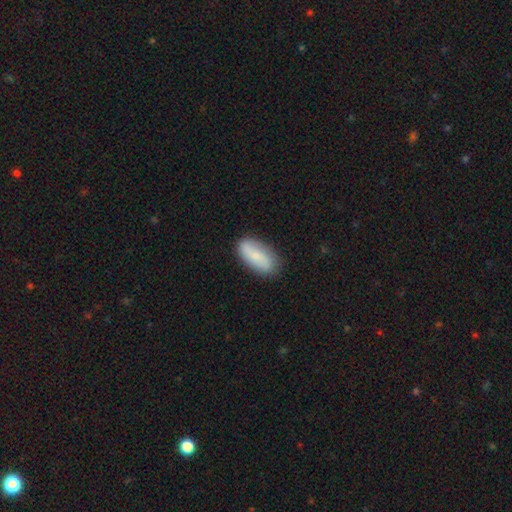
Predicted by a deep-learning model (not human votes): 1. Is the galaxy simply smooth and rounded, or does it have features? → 69% smooth, 25% featured or disk, 6% star or artifact.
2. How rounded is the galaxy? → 89% in between, 8% cigar-shaped, 3% round.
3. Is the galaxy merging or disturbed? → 81% none, 15% minor disturbance, 3% major disturbance, 1% merger.